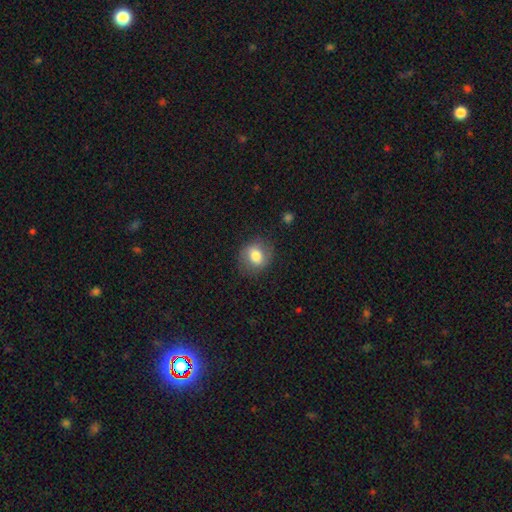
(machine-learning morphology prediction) Q: Smooth or featured?
A: smooth (75%); runner-up: featured or disk (16%)
Q: How rounded?
A: round (66%); runner-up: in between (33%)
Q: Merging?
A: none (79%); runner-up: minor disturbance (14%)